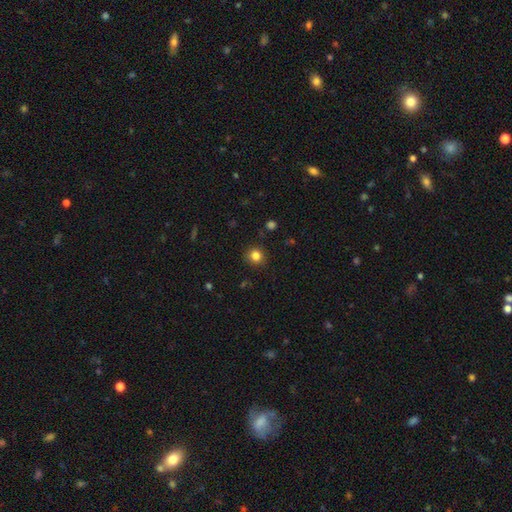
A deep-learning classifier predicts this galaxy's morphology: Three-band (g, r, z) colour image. It shows a smooth galaxy with no disk features (83%) that is round (88%). Merging: none (89%).